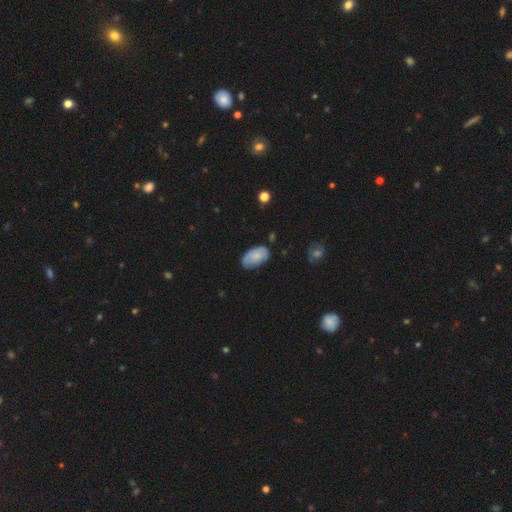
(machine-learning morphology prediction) A smooth galaxy with no disk features (70%) that is in between round and cigar-shaped (94%).

Vote fractions:
- Smooth or featured? smooth: 70% / featured or disk: 23% / star or artifact: 7%
- How rounded? in between: 94% / round: 4% / cigar-shaped: 2%
- Merging? none: 63% / minor disturbance: 29% / major disturbance: 6% / merger: 2%